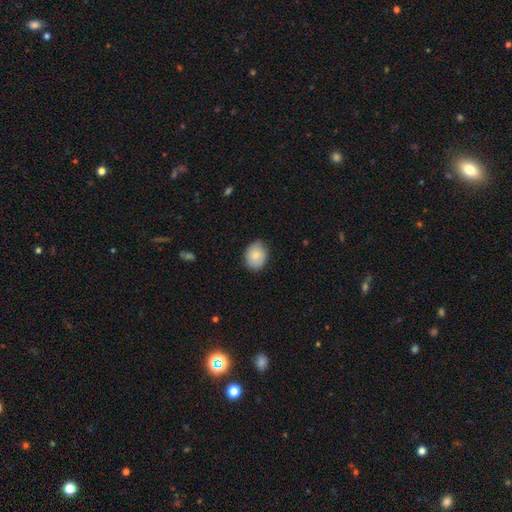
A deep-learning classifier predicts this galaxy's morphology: type=smooth (80%); roundness=in between (53%); merging=none (77%).